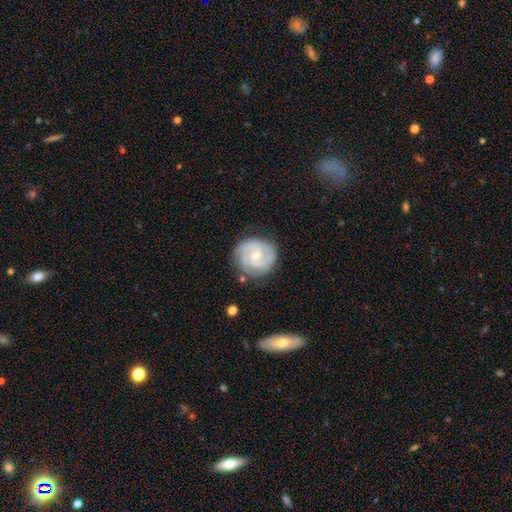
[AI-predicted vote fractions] smooth-or-featured: featured or disk: 87% | smooth: 9% | star or artifact: 5%
  disk-edge-on: no: 98% | yes: 2%
    bar: no: 55% | weak: 39% | strong: 7%
    has-spiral-arms: yes: 97% | no: 3%
      spiral-winding: tight: 63% | medium: 32% | loose: 5%
      spiral-arm-count: 2: 58% | 3: 24% | can't tell: 9% | 4: 3% | 1: 3% | more than 4: 3%
    bulge-size: small: 62% | moderate: 35% | none: 1% | large: 1% | dominant: 1%
  merging: none: 80% | minor disturbance: 14% | major disturbance: 4% | merger: 2%